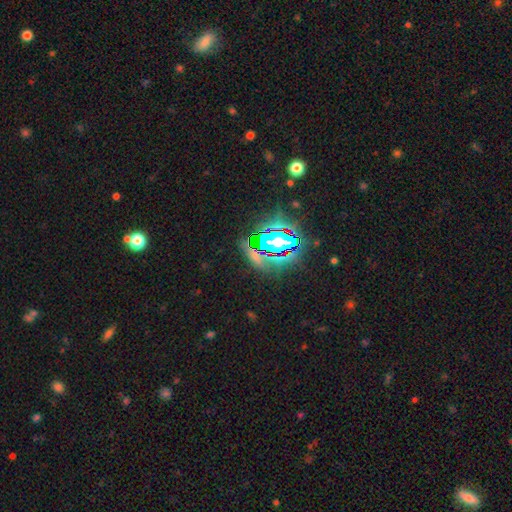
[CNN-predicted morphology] Smooth or featured? star or artifact (67%)